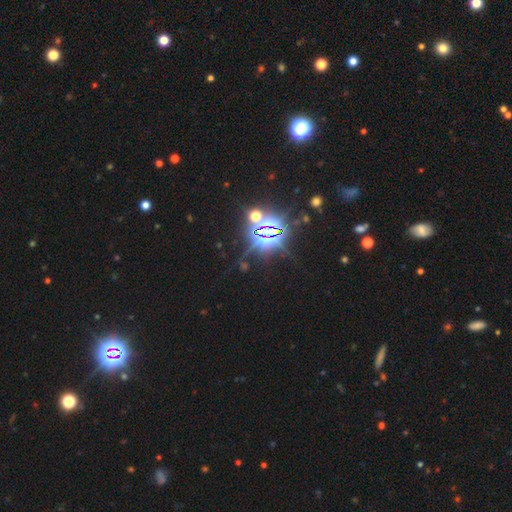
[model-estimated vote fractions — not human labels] star or artifact 83%, smooth 11%, featured or disk 6%.